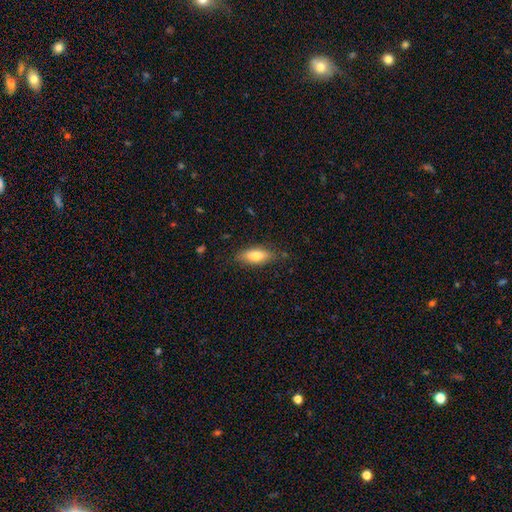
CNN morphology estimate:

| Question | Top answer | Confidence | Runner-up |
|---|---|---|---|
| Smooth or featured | smooth | 74% | featured or disk (19%) |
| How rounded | in between | 73% | cigar-shaped (24%) |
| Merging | none | 80% | minor disturbance (15%) |